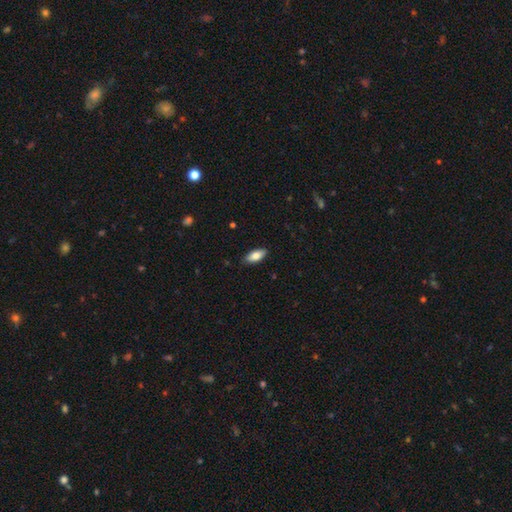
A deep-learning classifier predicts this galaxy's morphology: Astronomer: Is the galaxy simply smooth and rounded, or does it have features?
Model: smooth — 81%.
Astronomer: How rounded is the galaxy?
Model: in between — 86%.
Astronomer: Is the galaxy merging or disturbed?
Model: none — 86%.